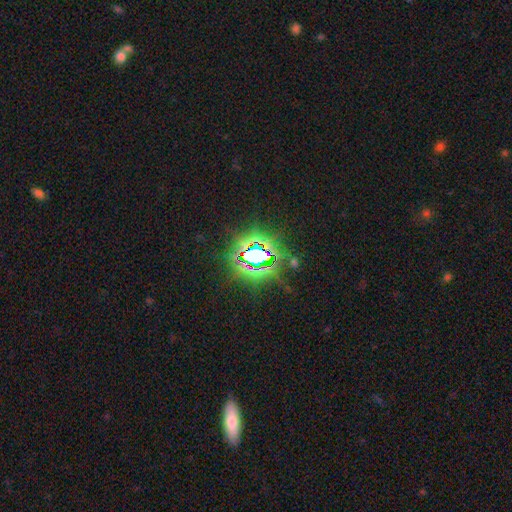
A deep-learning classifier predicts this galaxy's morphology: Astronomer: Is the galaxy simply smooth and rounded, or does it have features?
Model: star or artifact — 78%.